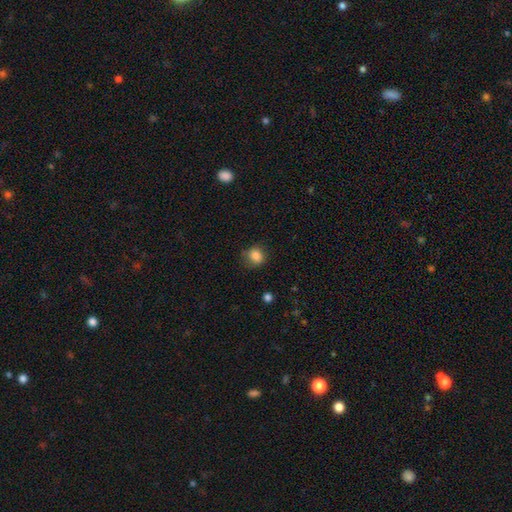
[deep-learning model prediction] Q: Smooth or featured?
A: smooth (84%); runner-up: star or artifact (10%)
Q: How rounded?
A: round (65%); runner-up: in between (34%)
Q: Merging?
A: none (73%); runner-up: minor disturbance (20%)